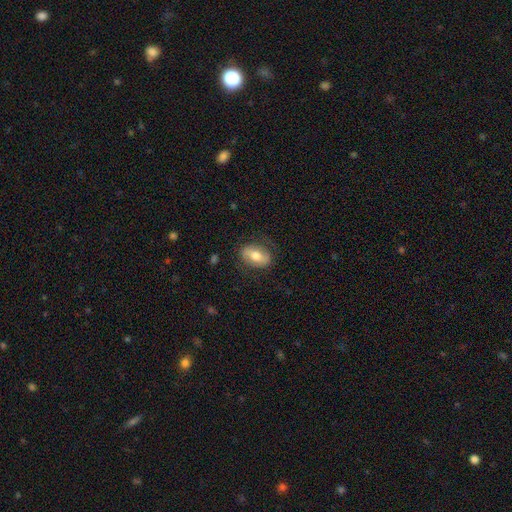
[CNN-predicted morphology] smooth_or_featured: smooth (p=0.61) [alt: featured or disk p=0.32]
how_rounded: in between (p=0.85) [alt: round p=0.13]
merging: none (p=0.74) [alt: minor disturbance p=0.17]